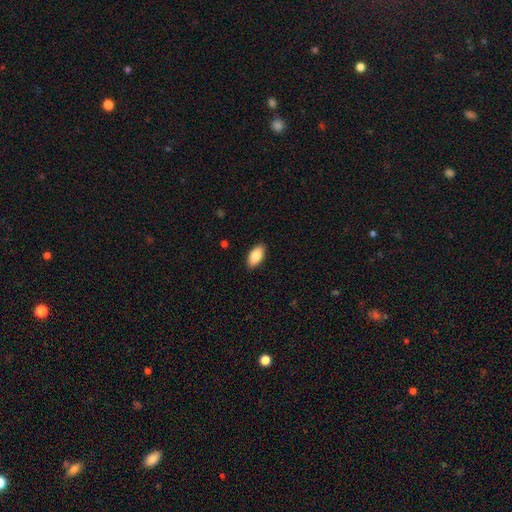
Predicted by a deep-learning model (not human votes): Overall: smooth (85%). How rounded: in between (92%). Merging: none (89%).